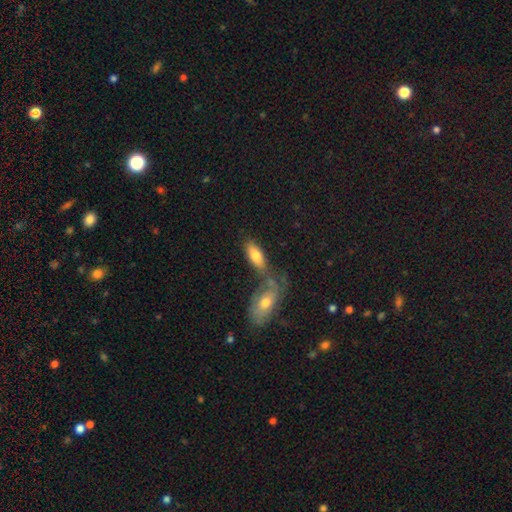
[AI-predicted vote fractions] Smooth or featured? Predicted: smooth (p=0.73). How rounded? Predicted: in between (p=0.80). Merging? Predicted: none (p=0.48).